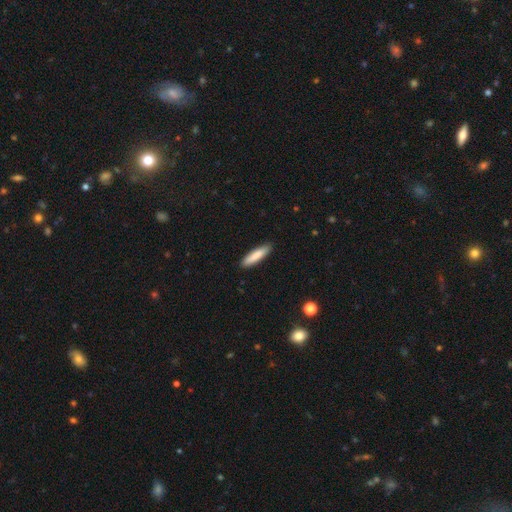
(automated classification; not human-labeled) smooth_or_featured: smooth (p=0.85) [alt: featured or disk p=0.10]
how_rounded: cigar-shaped (p=0.80) [alt: in between p=0.18]
merging: none (p=0.90) [alt: minor disturbance p=0.08]